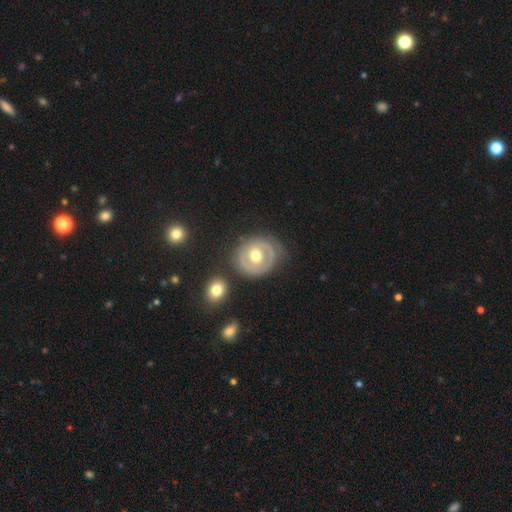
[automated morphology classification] Smooth or featured? Predicted: featured or disk (p=0.67). Edge-on disk? Predicted: no (p=0.96). Bar? Predicted: no (p=0.65). Spiral arms? Predicted: yes (p=0.53). Bulge size? Predicted: moderate (p=0.77). Merging? Predicted: none (p=0.71).